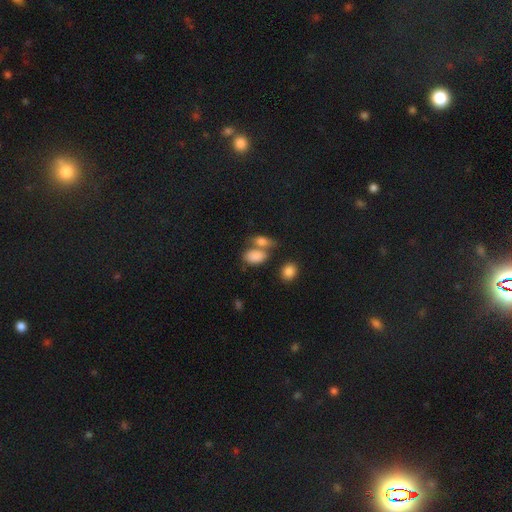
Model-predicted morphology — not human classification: A smooth galaxy with no disk features (83%) that is in between round and cigar-shaped (88%). Merging: merger (45%).